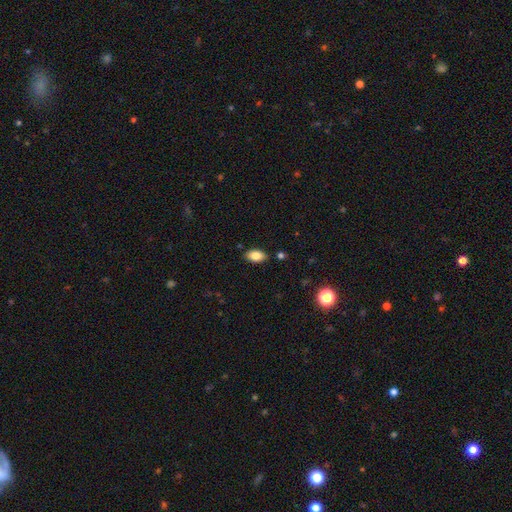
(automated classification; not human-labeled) Smooth or featured? smooth (84%)
How rounded? in between (92%)
Merging? none (85%)